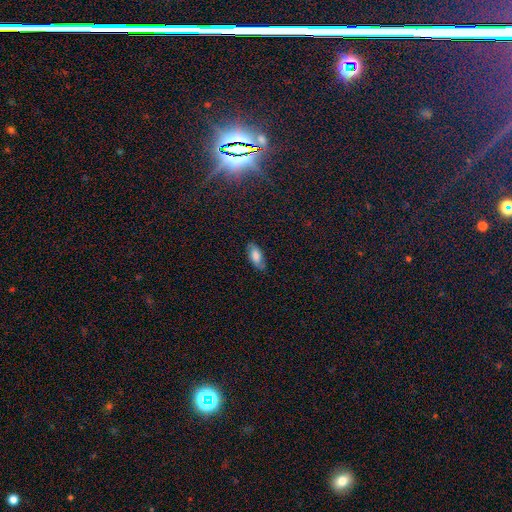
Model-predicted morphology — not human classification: This appears to be a smooth galaxy with no disk features (69%) that is in between round and cigar-shaped (86%). Merging: none (76%).